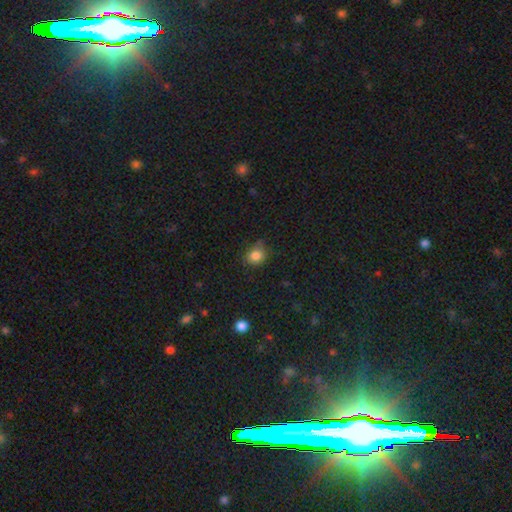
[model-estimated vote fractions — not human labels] smooth-or-featured: smooth: 83% | star or artifact: 11% | featured or disk: 6%
  how-rounded: round: 67% | in between: 32% | cigar-shaped: 1%
  merging: none: 67% | minor disturbance: 25% | major disturbance: 6% | merger: 3%